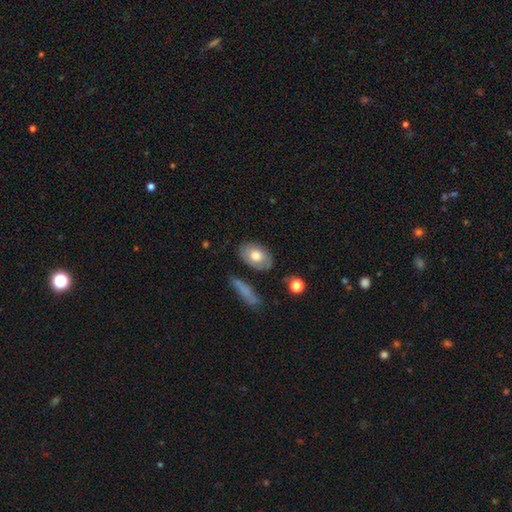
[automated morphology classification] A smooth galaxy with no disk features (66%) that is in between round and cigar-shaped (84%).

Vote fractions:
- Smooth or featured? smooth: 66% / featured or disk: 27% / star or artifact: 6%
- How rounded? in between: 84% / round: 14% / cigar-shaped: 2%
- Merging? none: 75% / minor disturbance: 17% / major disturbance: 5% / merger: 4%